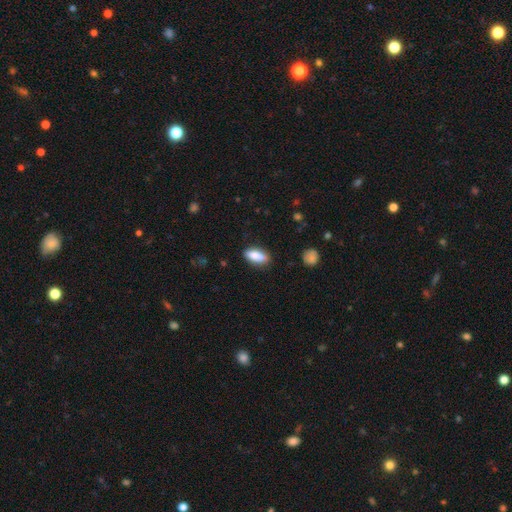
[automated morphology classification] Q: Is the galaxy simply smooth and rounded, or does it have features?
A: smooth — 83%.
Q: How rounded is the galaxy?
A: in between — 79%.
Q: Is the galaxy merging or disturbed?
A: none — 81%.